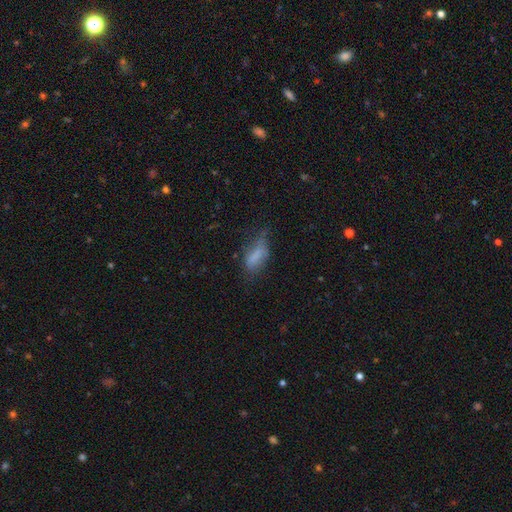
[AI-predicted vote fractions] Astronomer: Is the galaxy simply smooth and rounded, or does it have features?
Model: smooth — 65%.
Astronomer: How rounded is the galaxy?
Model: in between — 75%.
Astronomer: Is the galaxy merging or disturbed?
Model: minor disturbance — 36% (runner-up: none, 35%).